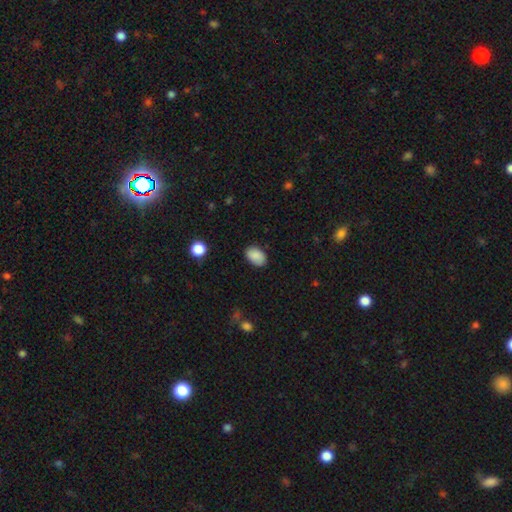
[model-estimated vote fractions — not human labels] smooth_or_featured: smooth (p=0.87) [alt: star or artifact p=0.08]
how_rounded: in between (p=0.86) [alt: round p=0.13]
merging: none (p=0.84) [alt: minor disturbance p=0.12]